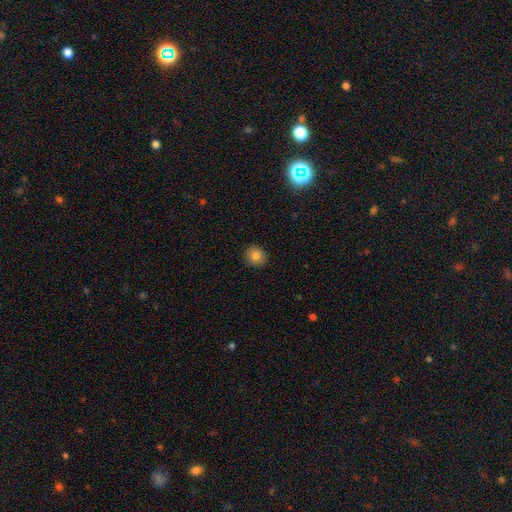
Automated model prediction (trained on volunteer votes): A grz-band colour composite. It shows a smooth galaxy with no disk features (81%) that is round (85%). Merging: none (91%).